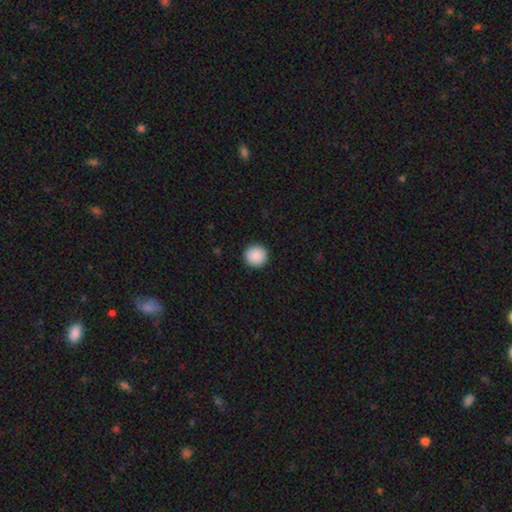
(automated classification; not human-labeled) This appears to be a smooth galaxy with no disk features (90%) that is round (96%). Merging: none (93%).